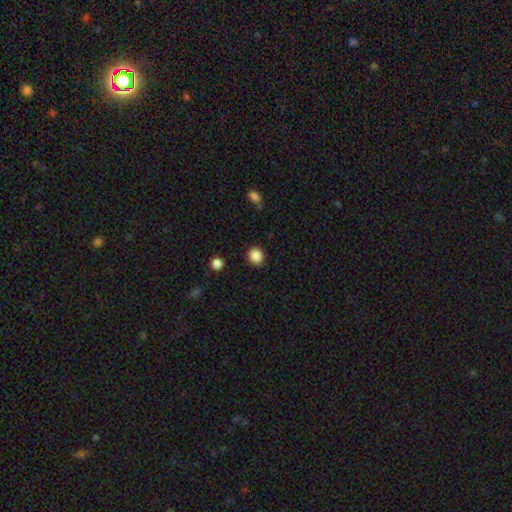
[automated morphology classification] Smooth or featured? smooth (87%)
How rounded? round (84%)
Merging? none (89%)